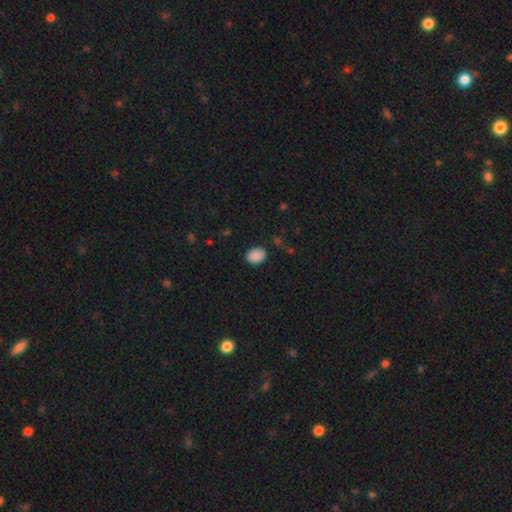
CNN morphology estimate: Smooth or featured: smooth — 88% (star or artifact — 8%)
How rounded: in between — 69% (round — 30%)
Merging: none — 83% (minor disturbance — 12%)